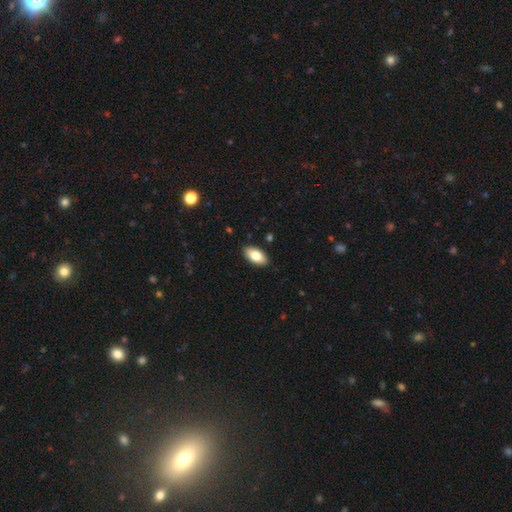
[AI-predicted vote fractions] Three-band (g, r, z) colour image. It shows a smooth galaxy with no disk features (81%) that is in between round and cigar-shaped (94%). Merging: none (89%).